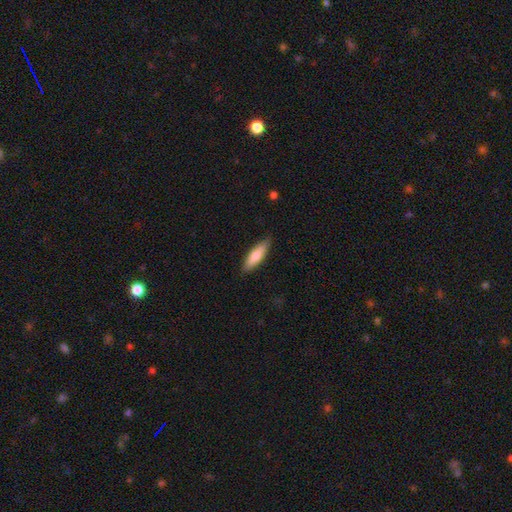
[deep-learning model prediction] Smooth or featured: smooth — 75% (featured or disk — 20%)
How rounded: cigar-shaped — 57% (in between — 42%)
Merging: none — 86% (minor disturbance — 11%)